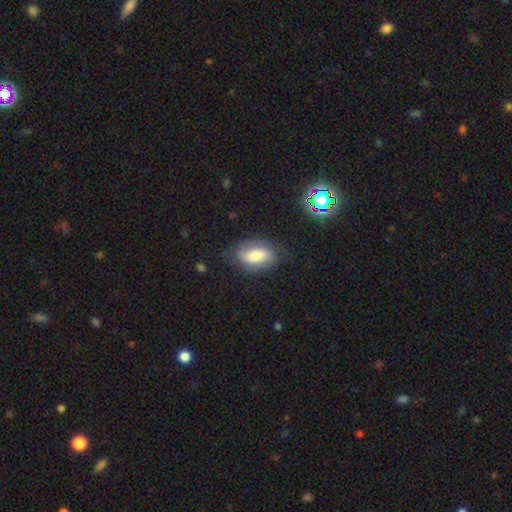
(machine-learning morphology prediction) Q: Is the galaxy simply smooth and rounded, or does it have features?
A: smooth — 54%.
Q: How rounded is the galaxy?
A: in between — 88%.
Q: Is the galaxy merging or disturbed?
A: none — 71%.